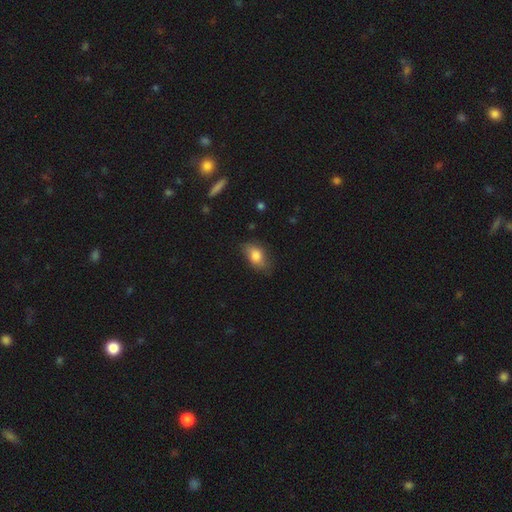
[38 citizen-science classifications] This appears to be a smooth galaxy with no disk features (79%) that is in between round and cigar-shaped (97%). Merging: none (62%).